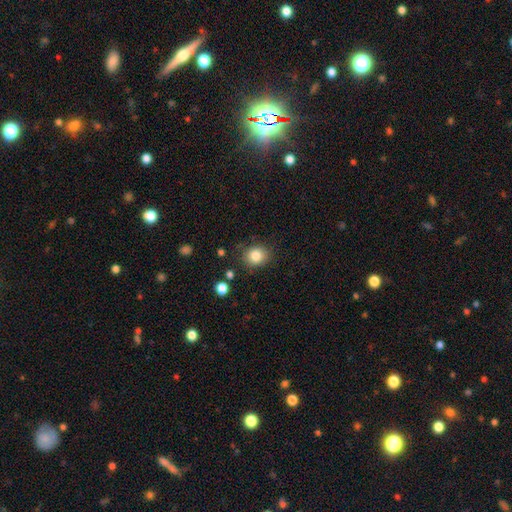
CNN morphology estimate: The model was most divided on "how rounded": round: 65%, in between: 34%, cigar-shaped: 1%. More confident: smooth or featured — smooth (83%); merging — none (82%).